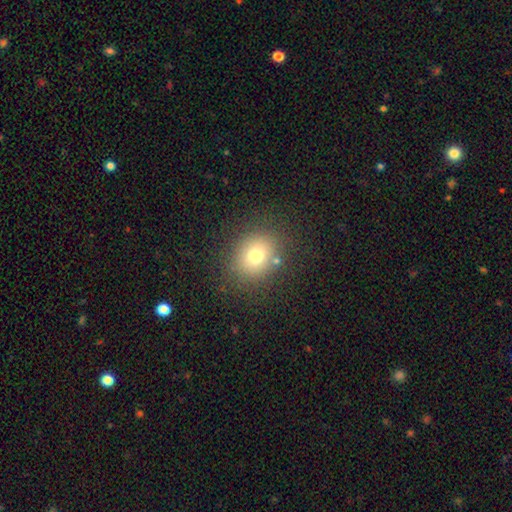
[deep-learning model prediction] This appears to be a smooth galaxy with no disk features (74%) that is round (62%). Merging: none (83%).